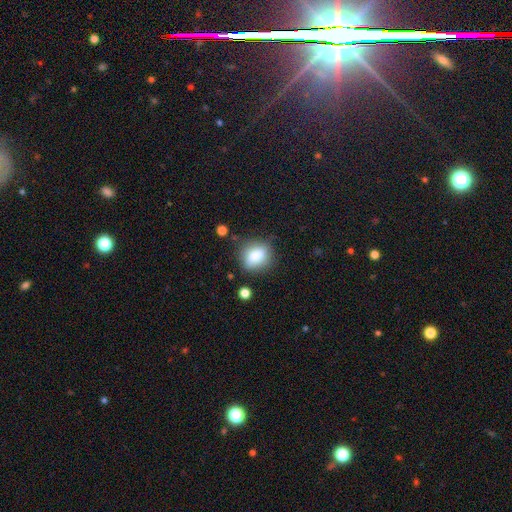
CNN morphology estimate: Smooth or featured? smooth (79%)
How rounded? round (58%)
Merging? none (74%)